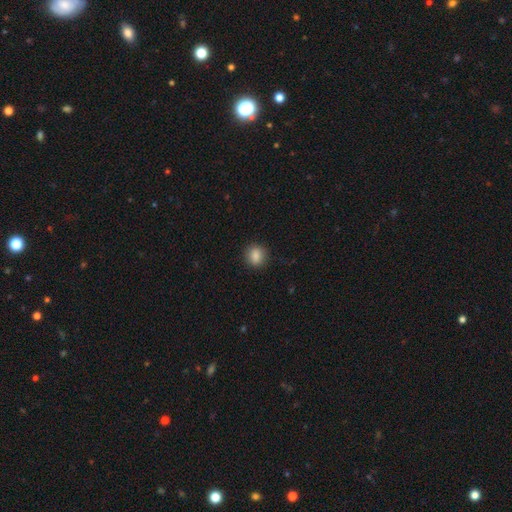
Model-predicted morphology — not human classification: A smooth galaxy with no disk features (87%) that is round (81%).

Vote fractions:
- Smooth or featured? smooth: 87% / star or artifact: 9% / featured or disk: 4%
- How rounded? round: 81% / in between: 18% / cigar-shaped: 1%
- Merging? none: 88% / minor disturbance: 8% / major disturbance: 2% / merger: 1%